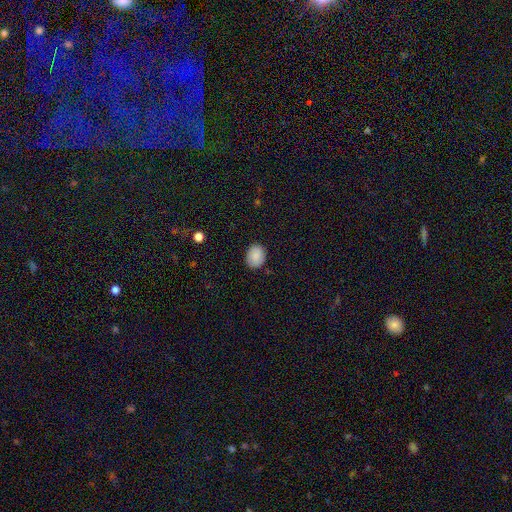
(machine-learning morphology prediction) smooth 87%, star or artifact 8%, featured or disk 5%. Down the decision tree: how rounded — in between (55%); merging — none (87%).